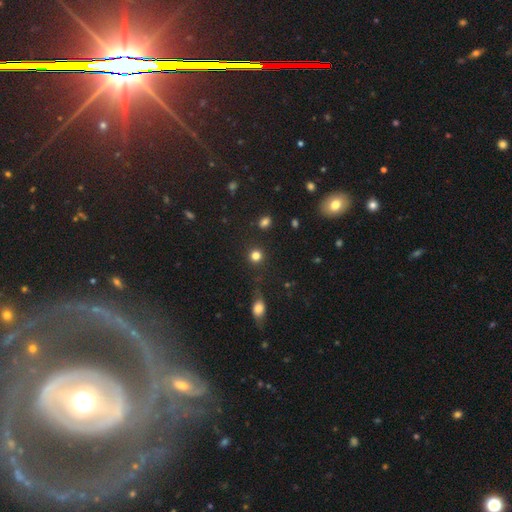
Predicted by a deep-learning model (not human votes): Morphology: type=smooth (81%); roundness=round (91%); merging=none (87%).